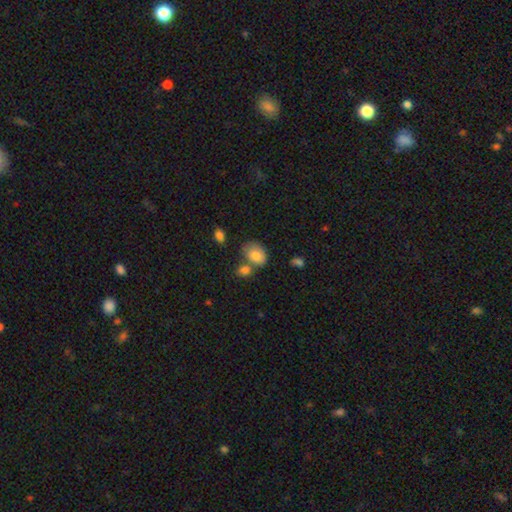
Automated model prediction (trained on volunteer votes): Overall: smooth (81%). How rounded: in between (75%). Merging: none (48%; merger 24%).